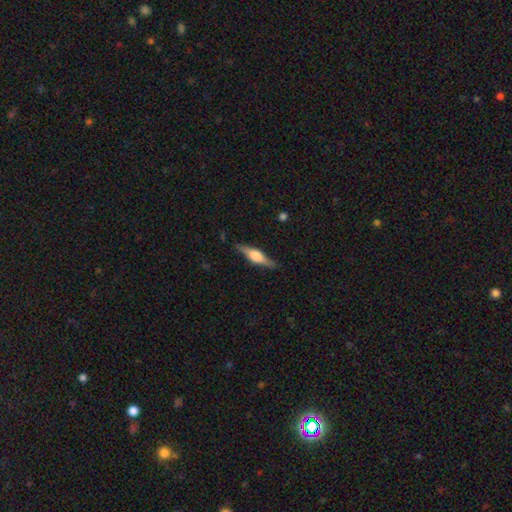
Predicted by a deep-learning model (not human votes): Q: Smooth or featured?
A: featured or disk (68%); runner-up: smooth (26%)
Q: Edge-on disk?
A: yes (97%); runner-up: no (3%)
Q: Edge-on bulge?
A: rounded (87%); runner-up: boxy (11%)
Q: Merging?
A: none (85%); runner-up: minor disturbance (11%)